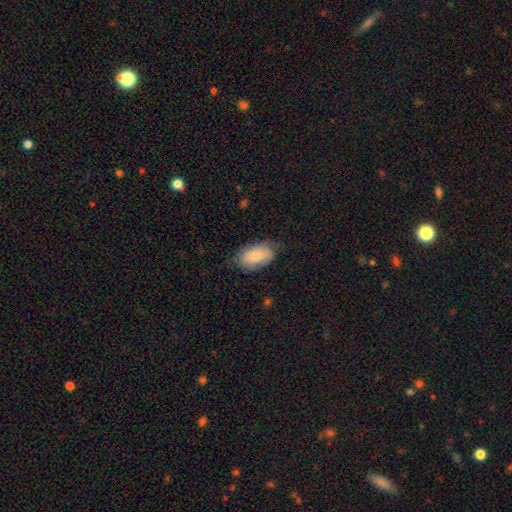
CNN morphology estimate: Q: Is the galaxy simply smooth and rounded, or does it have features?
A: smooth — 79%.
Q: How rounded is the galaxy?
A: in between — 94%.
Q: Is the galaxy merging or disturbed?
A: none — 66%.